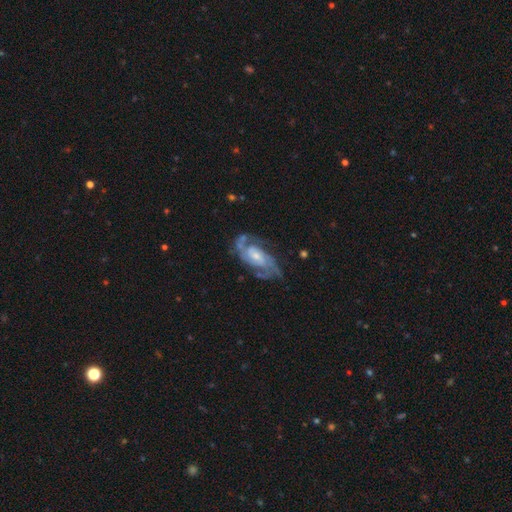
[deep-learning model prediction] Q: Smooth or featured?
A: featured or disk (89%); runner-up: smooth (6%)
Q: Edge-on disk?
A: no (97%); runner-up: yes (3%)
Q: Bar?
A: no (51%); runner-up: weak (38%)
Q: Spiral arms?
A: yes (97%); runner-up: no (3%)
Q: Spiral winding?
A: medium (46%); runner-up: tight (42%)
Q: Spiral arm count?
A: 2 (64%); runner-up: 3 (14%)
Q: Bulge size?
A: small (54%); runner-up: moderate (36%)
Q: Merging?
A: none (67%); runner-up: minor disturbance (19%)